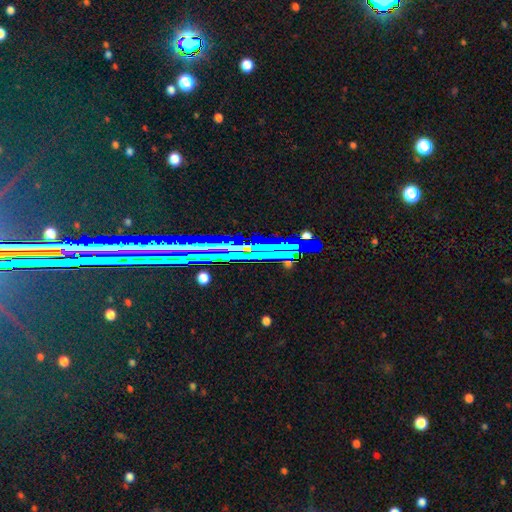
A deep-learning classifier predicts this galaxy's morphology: A star or artifact, not a galaxy (50%).

Vote fractions:
- Smooth or featured? star or artifact: 50% / featured or disk: 30% / smooth: 20%